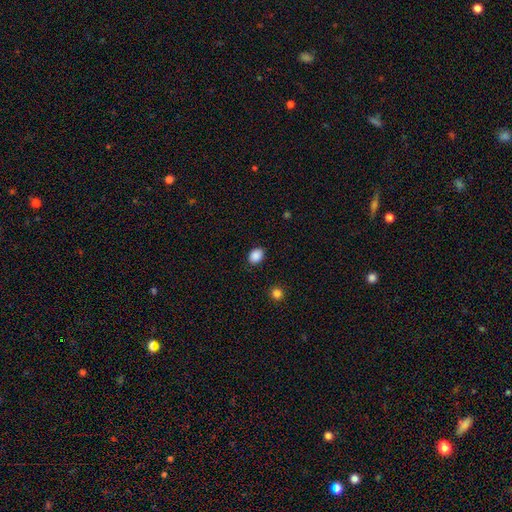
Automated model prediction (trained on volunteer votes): Smooth or featured?
  - smooth: 88% *
  - star or artifact: 9%
  - featured or disk: 3%
How rounded?
  - in between: 62% *
  - round: 38%
  - cigar-shaped: 1%
Merging?
  - none: 87% *
  - minor disturbance: 9%
  - major disturbance: 2%
  - merger: 1%